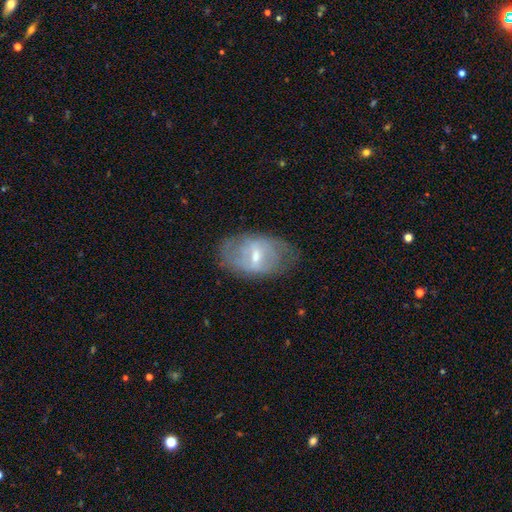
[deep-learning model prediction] smooth_or_featured: featured or disk (p=0.65) [alt: smooth p=0.27]
disk_edge_on: no (p=0.91) [alt: yes p=0.09]
bar: weak (p=0.49) [alt: strong p=0.40]
has_spiral_arms: yes (p=0.51) [alt: no p=0.49]
bulge_size: moderate (p=0.46) [tied with: small p=0.46]
merging: none (p=0.68) [alt: minor disturbance p=0.21]